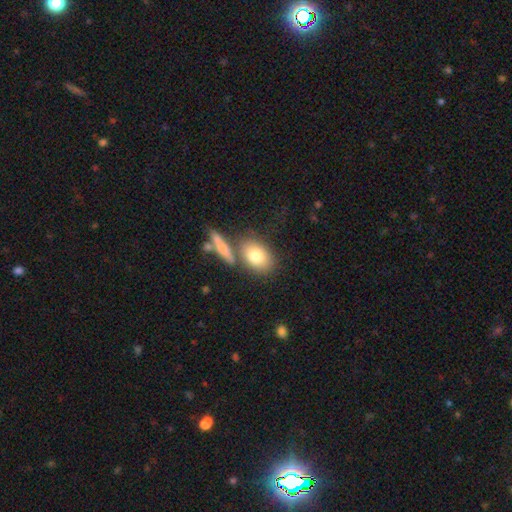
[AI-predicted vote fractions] smooth 77%, featured or disk 15%, star or artifact 8%. Down the decision tree: how rounded — in between (73%); merging — none (65%).